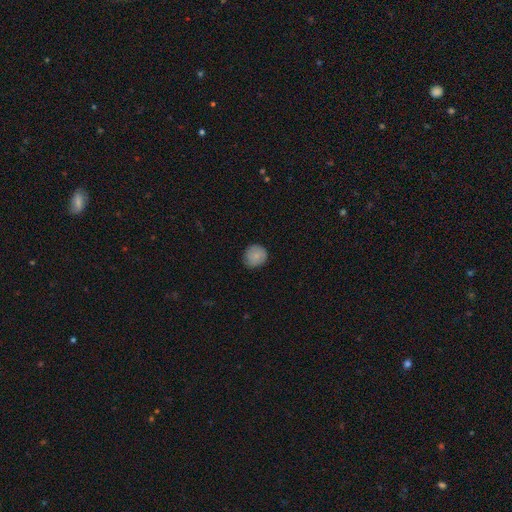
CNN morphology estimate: Smooth or featured? Predicted: smooth (p=0.81). How rounded? Predicted: round (p=0.90). Merging? Predicted: none (p=0.84).